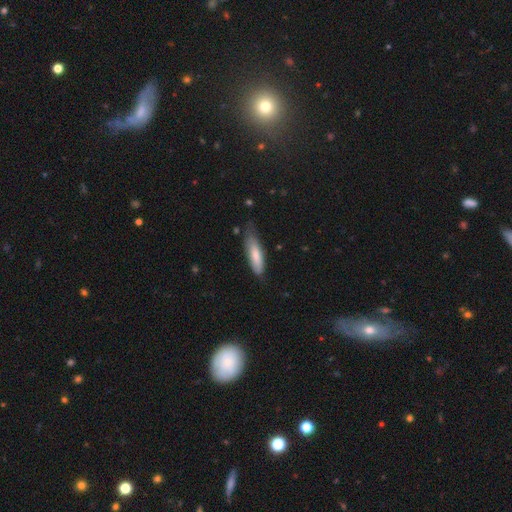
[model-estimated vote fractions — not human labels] Overall: smooth (77%). How rounded: cigar-shaped (56%; in between 43%). Merging: none (54%; minor disturbance 35%).